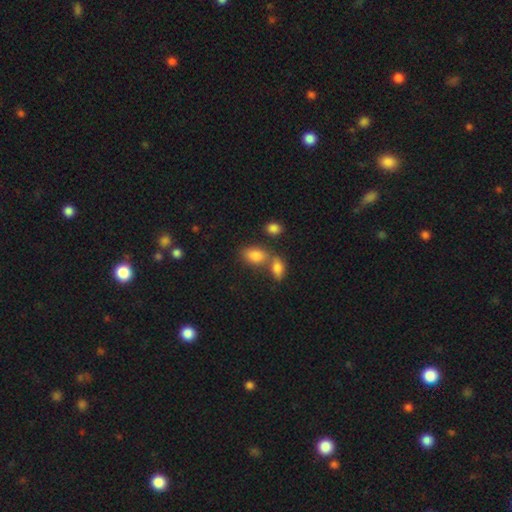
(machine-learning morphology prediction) A smooth galaxy with no disk features (84%) that is in between round and cigar-shaped (88%).

Vote fractions:
- Smooth or featured? smooth: 84% / star or artifact: 9% / featured or disk: 7%
- How rounded? in between: 88% / round: 9% / cigar-shaped: 2%
- Merging? none: 46% / merger: 37% / minor disturbance: 12% / major disturbance: 5%